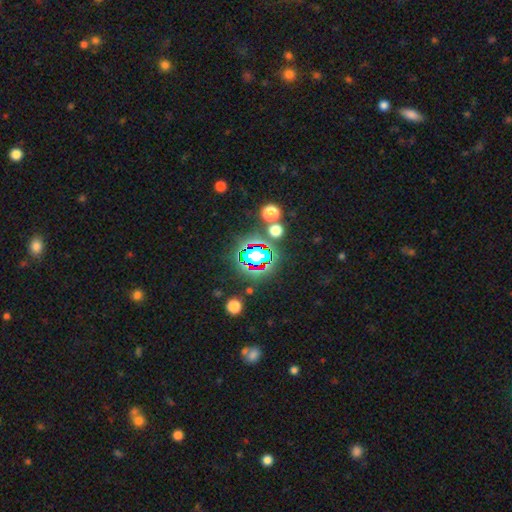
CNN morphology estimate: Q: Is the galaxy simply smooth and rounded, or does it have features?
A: star or artifact — 63%.